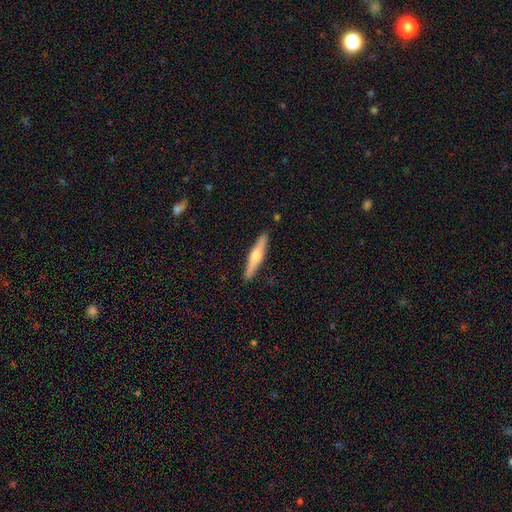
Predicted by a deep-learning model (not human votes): This is possibly a featured or disk galaxy (58%). It is clearly viewed edge-on (96%). Edge-on bulge: clearly rounded (90%). Merging: clearly none (91%).